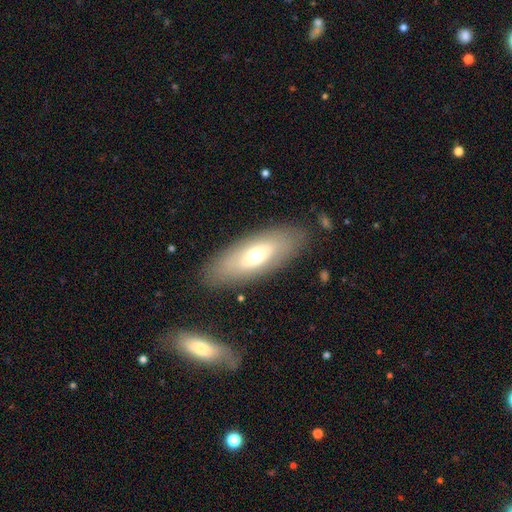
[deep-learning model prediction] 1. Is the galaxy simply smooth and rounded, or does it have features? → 54% smooth, 39% featured or disk, 7% star or artifact.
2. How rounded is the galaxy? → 75% in between, 22% cigar-shaped, 3% round.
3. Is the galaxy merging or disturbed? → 84% none, 10% minor disturbance, 4% major disturbance, 2% merger.